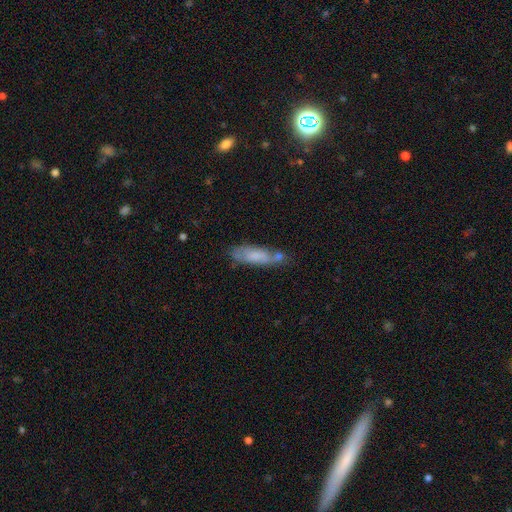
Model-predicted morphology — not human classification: Smooth or featured? Predicted: smooth (p=0.67). How rounded? Predicted: cigar-shaped (p=0.55). Merging? Predicted: none (p=0.48).